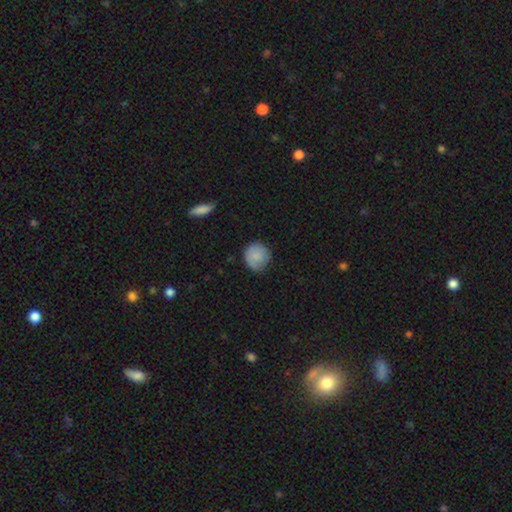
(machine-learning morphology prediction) The model was most divided on "merging": none: 77%, minor disturbance: 18%, major disturbance: 4%, merger: 1%. More confident: how rounded — round (90%); smooth or featured — smooth (82%).